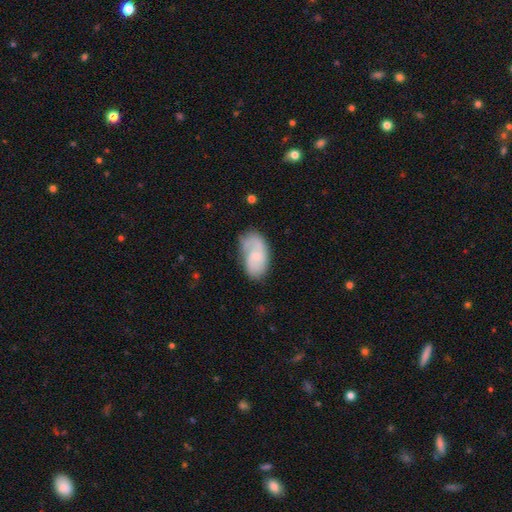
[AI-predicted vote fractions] This appears to be a featured or disk galaxy (53%) with no bar (64%), spiral arms (81%) and a small central bulge (64%). Merging: none (54%).